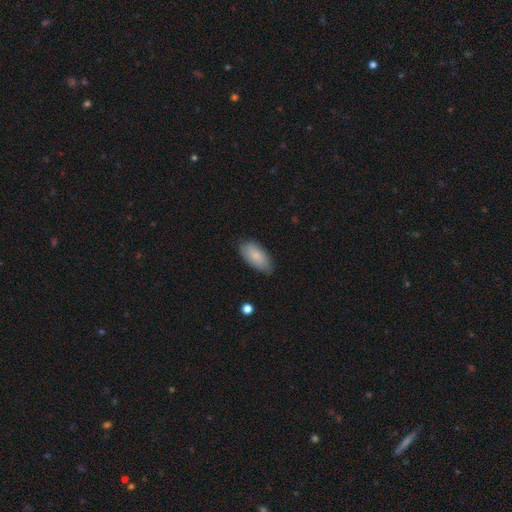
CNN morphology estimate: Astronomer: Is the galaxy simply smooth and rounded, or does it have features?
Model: smooth — 84%.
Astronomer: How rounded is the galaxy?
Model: in between — 92%.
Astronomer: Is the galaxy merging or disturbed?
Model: none — 78%.